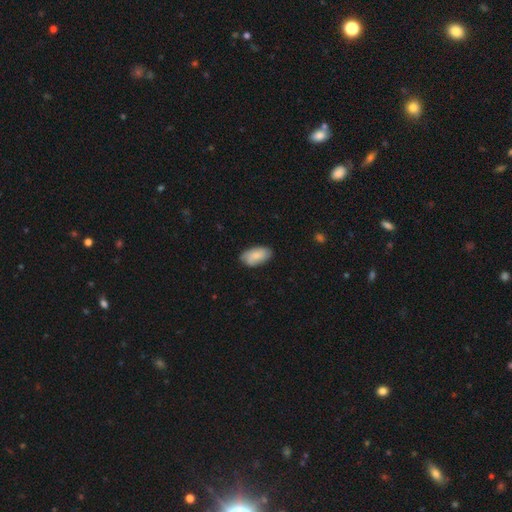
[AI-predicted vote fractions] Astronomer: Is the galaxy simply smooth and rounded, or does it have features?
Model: smooth — 79%.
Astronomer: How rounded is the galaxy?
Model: in between — 94%.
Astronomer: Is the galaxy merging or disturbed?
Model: none — 79%.